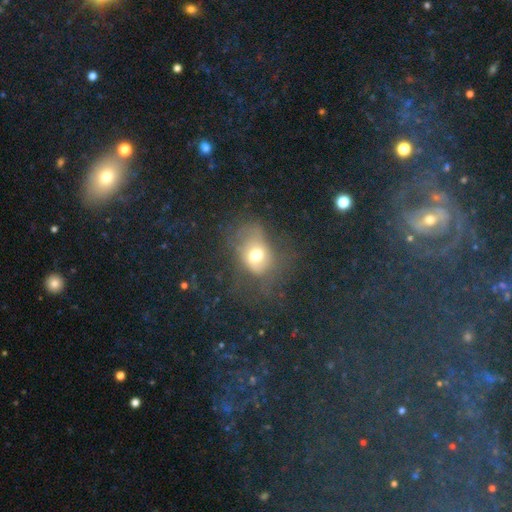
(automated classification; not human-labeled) This appears to be a smooth galaxy with no disk features (53%) that is in between round and cigar-shaped (51%). Merging: none (42%).